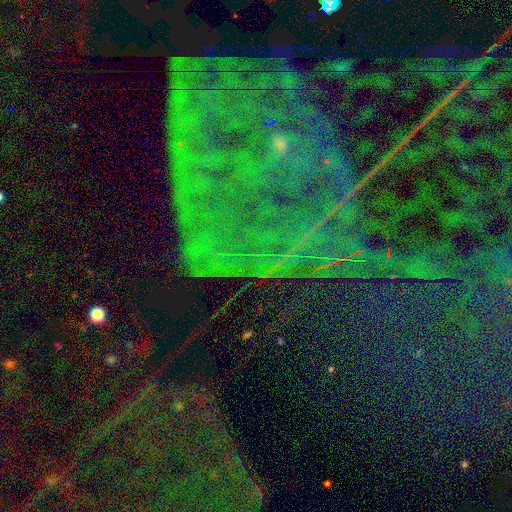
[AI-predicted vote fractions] Overall: star or artifact (81%).